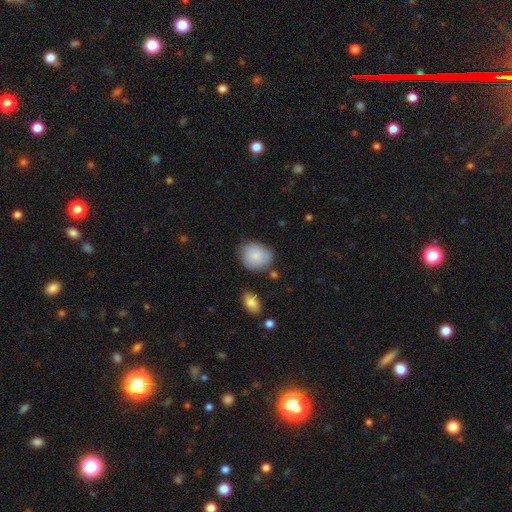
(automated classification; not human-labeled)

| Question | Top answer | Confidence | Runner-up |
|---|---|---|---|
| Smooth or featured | smooth | 85% | featured or disk (9%) |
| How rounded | round | 59% | in between (40%) |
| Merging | none | 69% | minor disturbance (22%) |